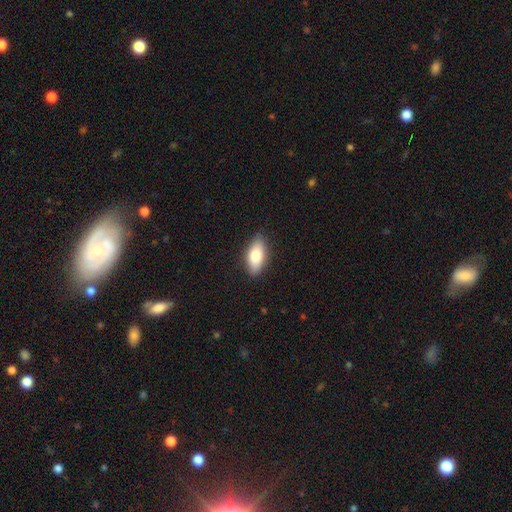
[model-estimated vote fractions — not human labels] Smooth or featured?
  - smooth: 78% *
  - featured or disk: 16%
  - star or artifact: 6%
How rounded?
  - in between: 85% *
  - cigar-shaped: 12%
  - round: 3%
Merging?
  - none: 86% *
  - minor disturbance: 11%
  - major disturbance: 2%
  - merger: 1%